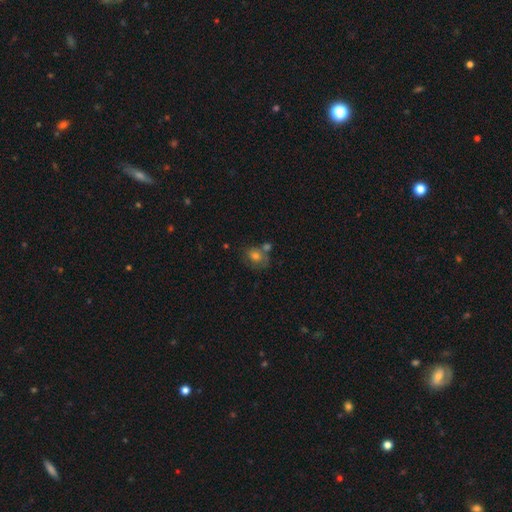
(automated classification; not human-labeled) This is possibly a smooth galaxy (59%). How rounded: possibly round (55%). Merging: possibly none (50%).